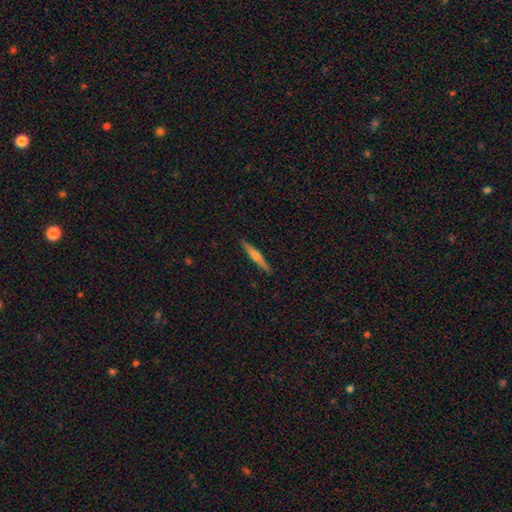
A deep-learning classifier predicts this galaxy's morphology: Smooth or featured: featured or disk — 64% (smooth — 30%)
Edge-on disk: yes — 98% (no — 2%)
Edge-on bulge: rounded — 88% (none — 7%)
Merging: none — 91% (minor disturbance — 6%)